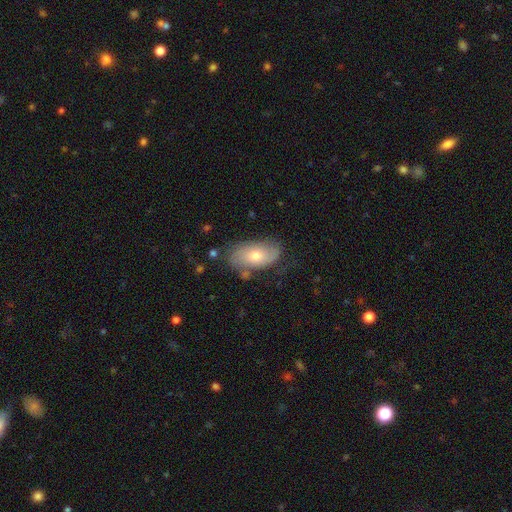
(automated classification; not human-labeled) Smooth or featured: smooth — 55% (featured or disk — 38%)
How rounded: in between — 92% (round — 5%)
Merging: none — 65% (minor disturbance — 23%)